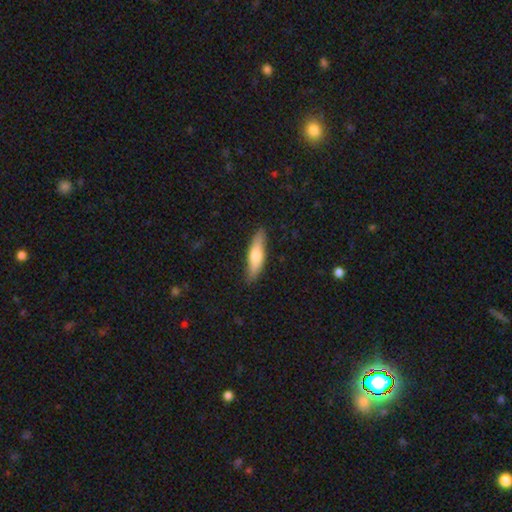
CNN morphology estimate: A smooth galaxy with no disk features (66%) that is cigar-shaped (68%).

Vote fractions:
- Smooth or featured? smooth: 66% / featured or disk: 28% / star or artifact: 5%
- How rounded? cigar-shaped: 68% / in between: 30% / round: 2%
- Merging? none: 85% / minor disturbance: 12% / major disturbance: 2% / merger: 1%